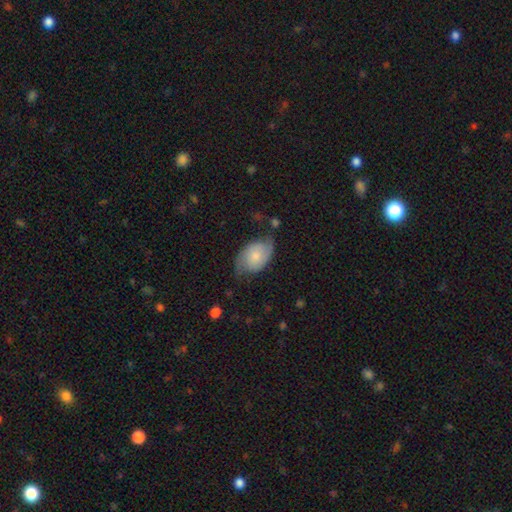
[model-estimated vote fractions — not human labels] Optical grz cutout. It shows a featured or disk galaxy (49%). Merging: none (54%).